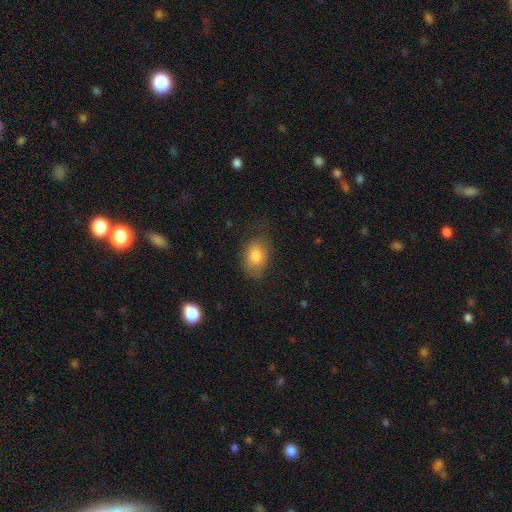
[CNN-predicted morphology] Smooth or featured? smooth (81%)
How rounded? in between (81%)
Merging? none (65%)